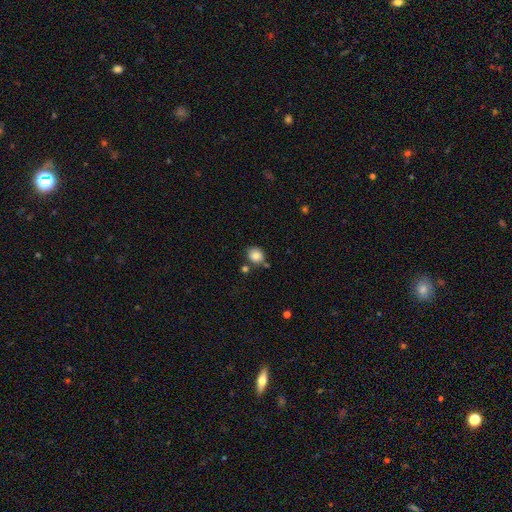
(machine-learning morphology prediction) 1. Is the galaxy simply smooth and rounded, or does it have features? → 83% smooth, 10% star or artifact, 7% featured or disk.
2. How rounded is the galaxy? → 78% round, 21% in between, 1% cigar-shaped.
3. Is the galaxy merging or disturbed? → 72% none, 13% minor disturbance, 11% merger, 3% major disturbance.